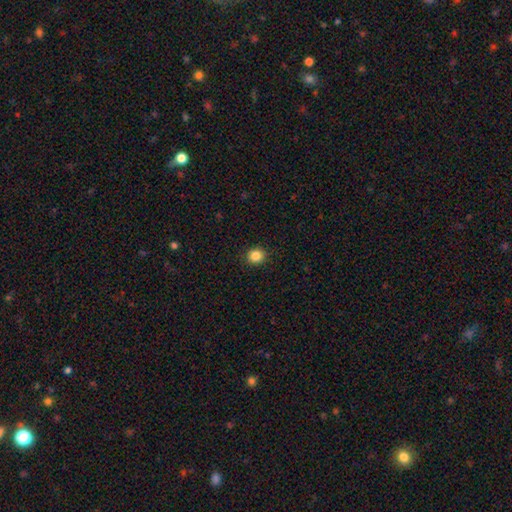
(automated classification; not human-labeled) The model was most divided on "smooth or featured": smooth: 85%, star or artifact: 11%, featured or disk: 4%. More confident: merging — none (92%); how rounded — round (89%).